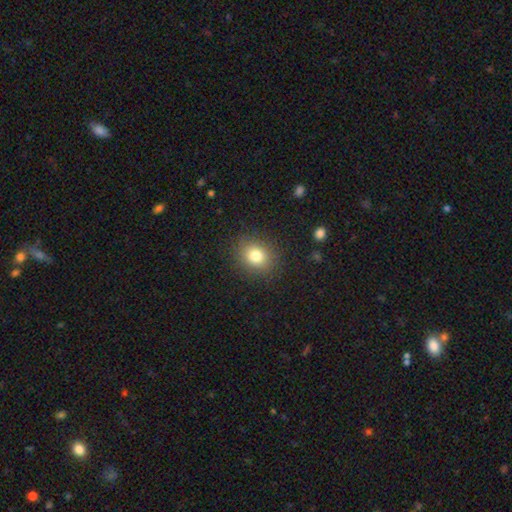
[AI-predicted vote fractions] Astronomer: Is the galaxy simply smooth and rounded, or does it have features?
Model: smooth — 80%.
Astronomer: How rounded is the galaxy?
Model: round — 64%.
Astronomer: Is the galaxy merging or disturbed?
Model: none — 86%.